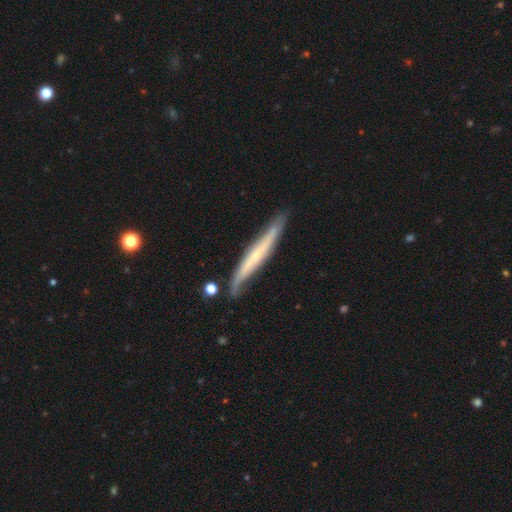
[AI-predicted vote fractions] Smooth or featured?
  - featured or disk: 65% *
  - smooth: 29%
  - star or artifact: 6%
Edge-on disk?
  - yes: 81% *
  - no: 19%
Edge-on bulge?
  - none: 56% *
  - rounded: 37%
  - boxy: 6%
Merging?
  - none: 72% *
  - minor disturbance: 20%
  - major disturbance: 4%
  - merger: 3%